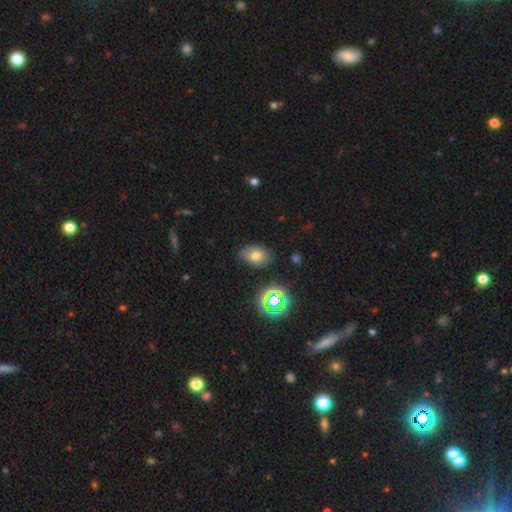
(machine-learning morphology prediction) Smooth or featured? smooth (70%)
How rounded? in between (81%)
Merging? none (76%)